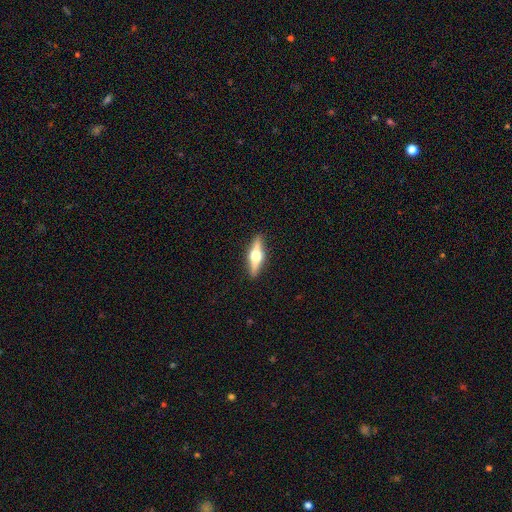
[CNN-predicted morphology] Smooth or featured? featured or disk (67%)
Edge-on disk? yes (96%)
Edge-on bulge? rounded (96%)
Merging? none (90%)